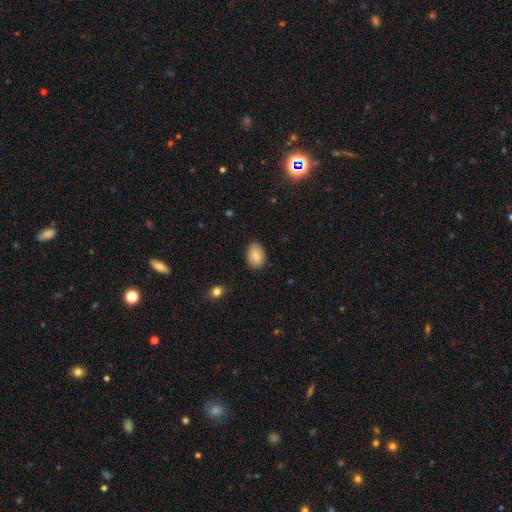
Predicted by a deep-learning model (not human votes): smooth 85%, featured or disk 8%, star or artifact 7%. Down the decision tree: how rounded — in between (82%); merging — none (85%).